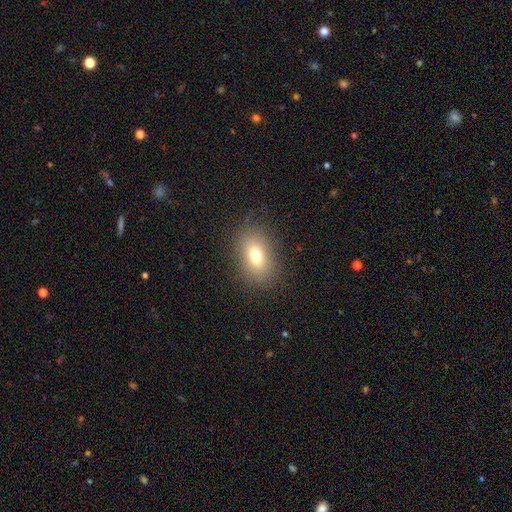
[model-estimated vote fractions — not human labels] smooth_or_featured: smooth (p=0.75) [alt: featured or disk p=0.14]
how_rounded: in between (p=0.83) [alt: round p=0.14]
merging: none (p=0.85) [alt: minor disturbance p=0.10]